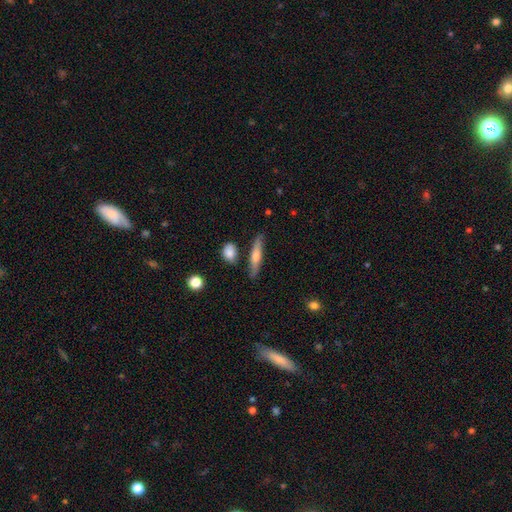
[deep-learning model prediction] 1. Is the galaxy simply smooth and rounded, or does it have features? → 52% smooth, 42% featured or disk, 6% star or artifact.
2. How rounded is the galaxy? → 84% cigar-shaped, 13% in between, 3% round.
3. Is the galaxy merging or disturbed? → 81% none, 12% minor disturbance, 5% merger, 3% major disturbance.